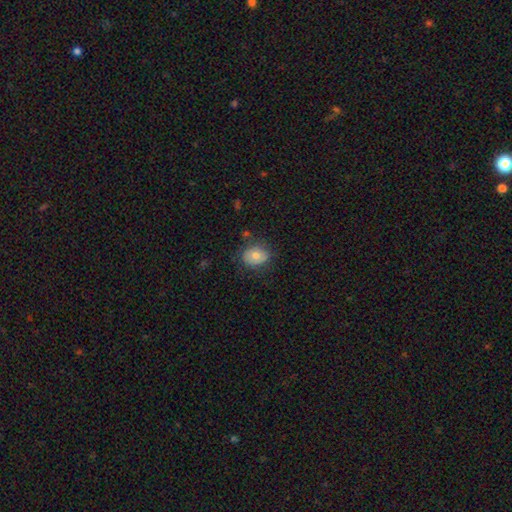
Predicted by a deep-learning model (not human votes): Smooth or featured? smooth (72%)
How rounded? in between (50%)
Merging? none (75%)